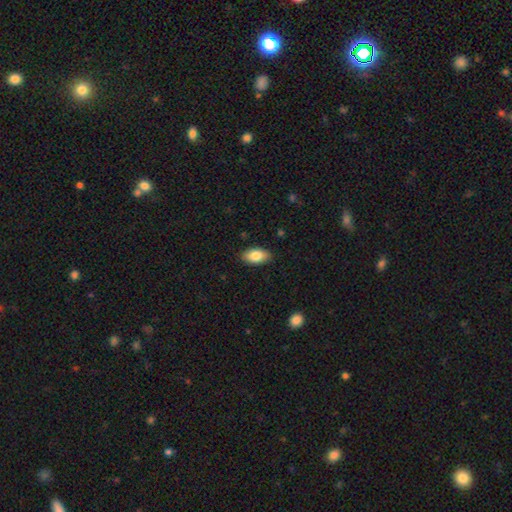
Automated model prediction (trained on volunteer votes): The model was most divided on "smooth or featured": smooth: 84%, featured or disk: 9%, star or artifact: 7%. More confident: how rounded — in between (93%); merging — none (88%).